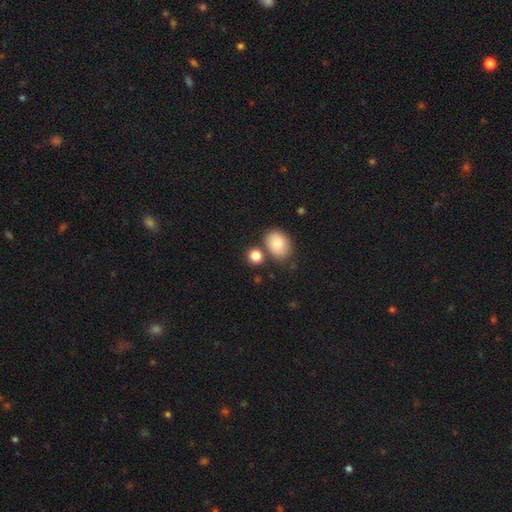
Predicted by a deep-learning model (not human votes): This appears to be a smooth galaxy with no disk features (85%) that is round (73%). Merging: none (68%).